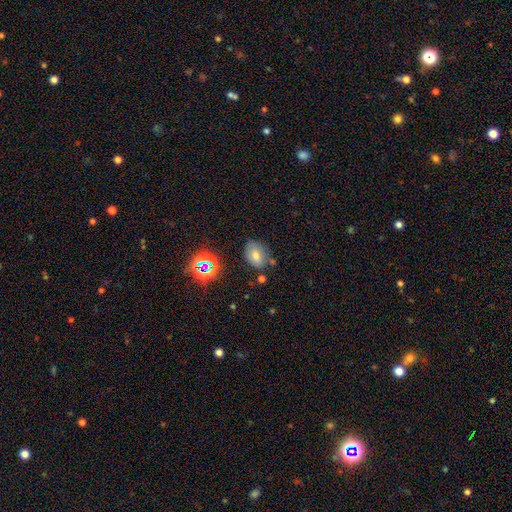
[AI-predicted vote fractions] A smooth galaxy with no disk features (66%) that is in between round and cigar-shaped (77%).

Vote fractions:
- Smooth or featured? smooth: 66% / star or artifact: 18% / featured or disk: 16%
- How rounded? in between: 77% / round: 22% / cigar-shaped: 1%
- Merging? none: 63% / minor disturbance: 24% / merger: 7% / major disturbance: 6%